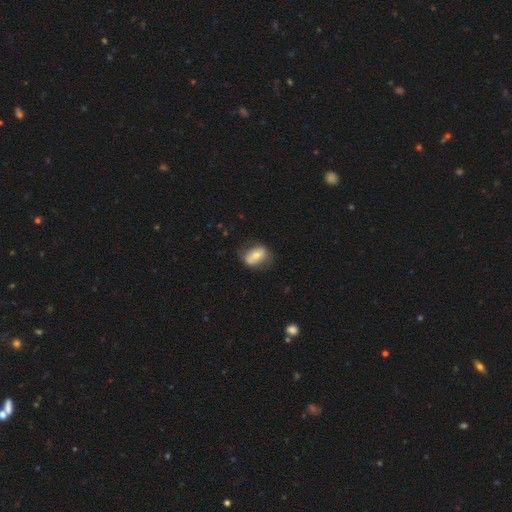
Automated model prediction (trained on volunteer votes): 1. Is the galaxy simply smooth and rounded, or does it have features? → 59% smooth, 34% featured or disk, 7% star or artifact.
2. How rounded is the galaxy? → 81% in between, 16% round, 3% cigar-shaped.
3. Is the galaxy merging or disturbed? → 67% none, 22% minor disturbance, 8% major disturbance, 3% merger.